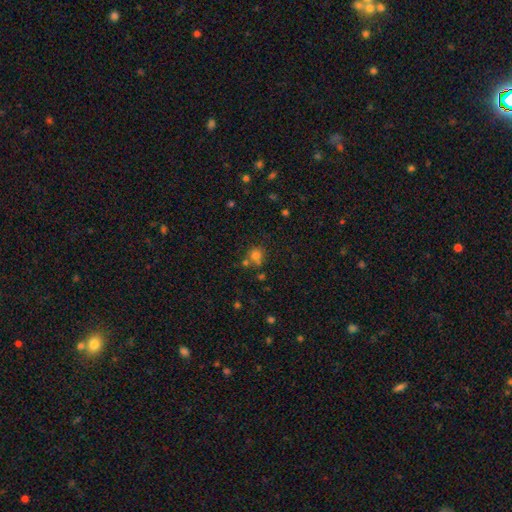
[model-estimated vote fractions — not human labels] smooth_or_featured: smooth (p=0.73) [alt: star or artifact p=0.17]
how_rounded: round (p=0.80) [alt: in between p=0.19]
merging: none (p=0.55) [alt: merger p=0.27]